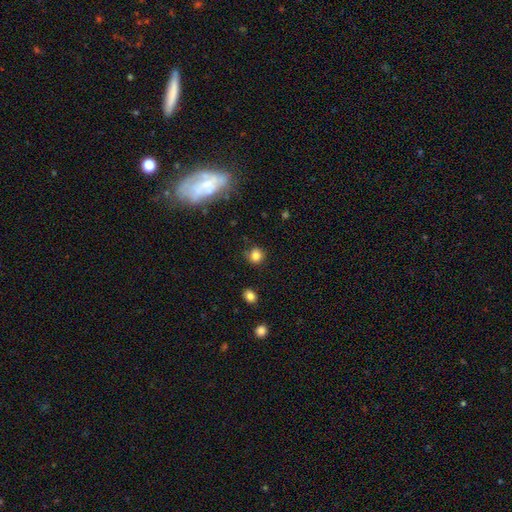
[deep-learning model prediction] A smooth galaxy with no disk features (82%) that is round (80%). Merging: none (74%).